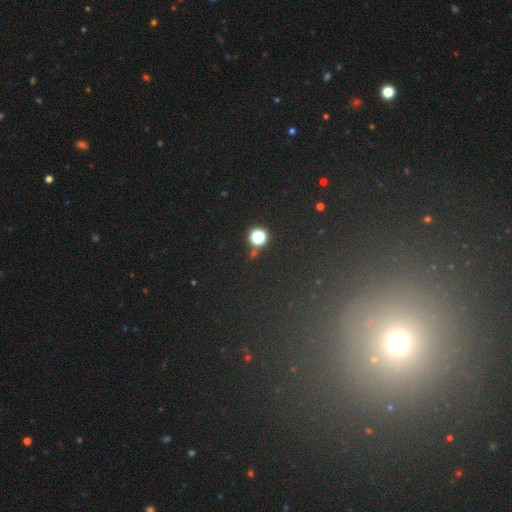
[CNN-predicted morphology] Smooth or featured? Predicted: star or artifact (p=0.55).